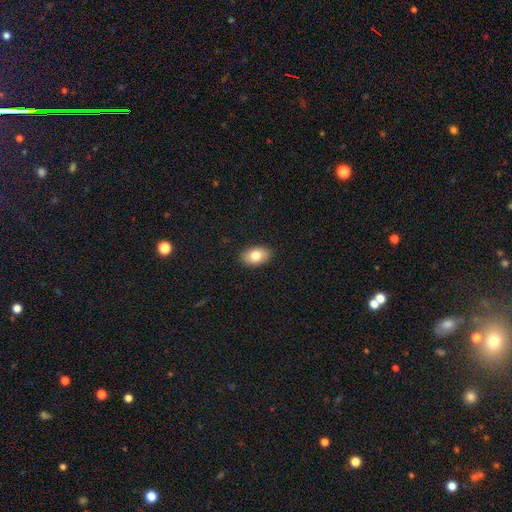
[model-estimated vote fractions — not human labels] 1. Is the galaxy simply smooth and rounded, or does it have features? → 80% smooth, 12% featured or disk, 7% star or artifact.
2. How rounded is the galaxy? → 90% in between, 9% round, 1% cigar-shaped.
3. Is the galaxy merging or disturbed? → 89% none, 8% minor disturbance, 2% major disturbance, 1% merger.